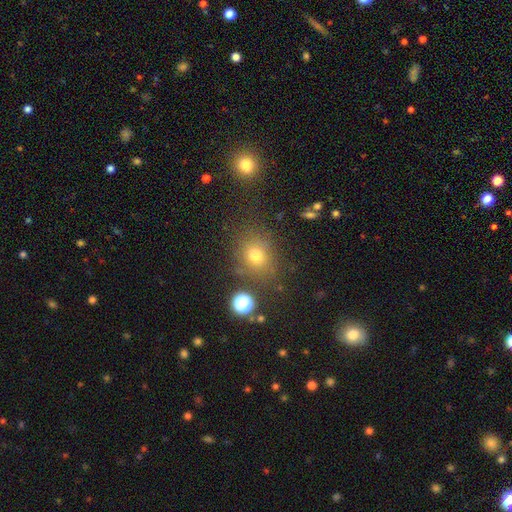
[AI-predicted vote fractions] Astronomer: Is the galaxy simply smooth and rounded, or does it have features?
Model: smooth — 71%.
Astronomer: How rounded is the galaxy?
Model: round — 65%.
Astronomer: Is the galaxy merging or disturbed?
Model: none — 75%.